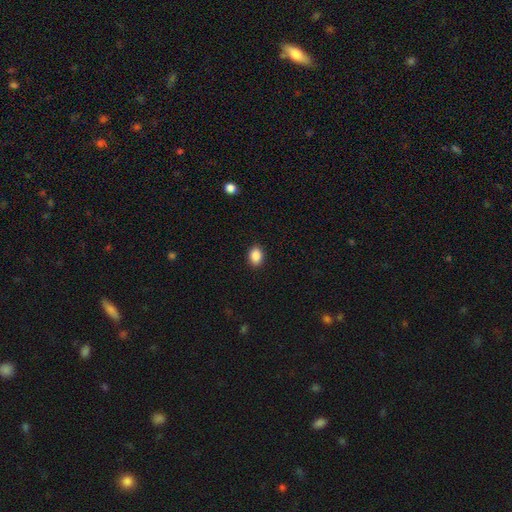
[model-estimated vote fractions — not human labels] This is clearly a smooth galaxy (89%). How rounded: likely in between (68%). Merging: clearly none (90%).